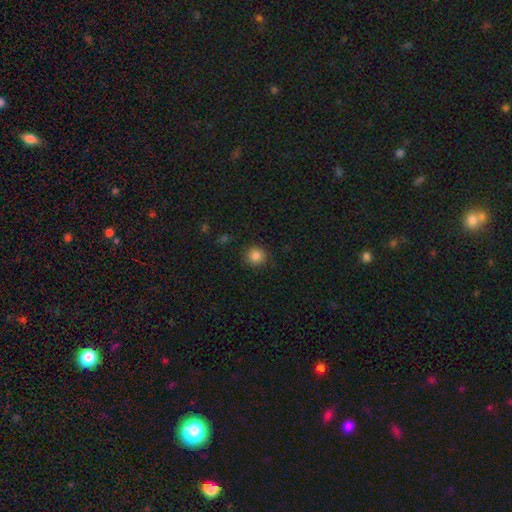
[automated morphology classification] Smooth or featured: smooth — 85% (star or artifact — 11%)
How rounded: round — 92% (in between — 7%)
Merging: none — 90% (minor disturbance — 7%)